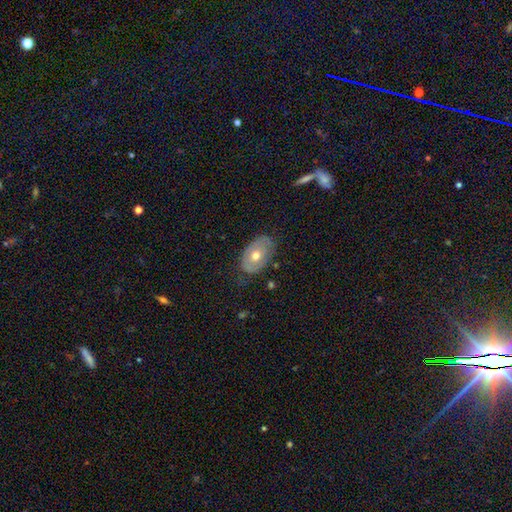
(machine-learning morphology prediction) This is possibly a smooth galaxy (51%). How rounded: clearly in between (86%). Merging: likely none (68%).